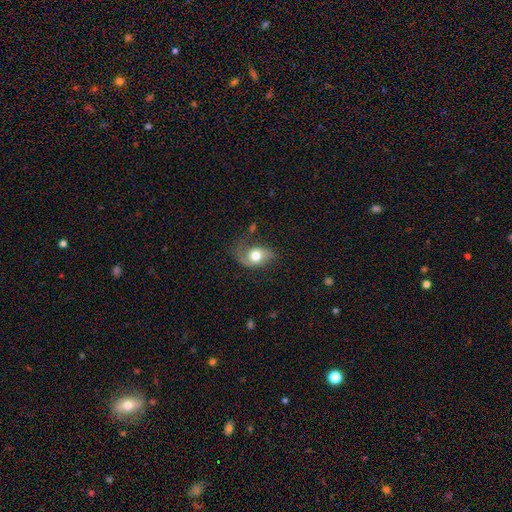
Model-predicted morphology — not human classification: smooth_or_featured: smooth (p=0.51) [alt: featured or disk p=0.41]
how_rounded: in between (p=0.70) [alt: round p=0.28]
merging: none (p=0.43) [alt: minor disturbance p=0.30]